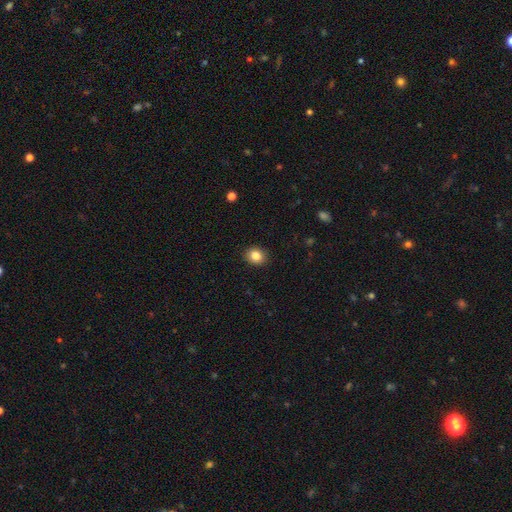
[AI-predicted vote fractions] Smooth or featured? smooth (85%)
How rounded? round (57%)
Merging? none (91%)